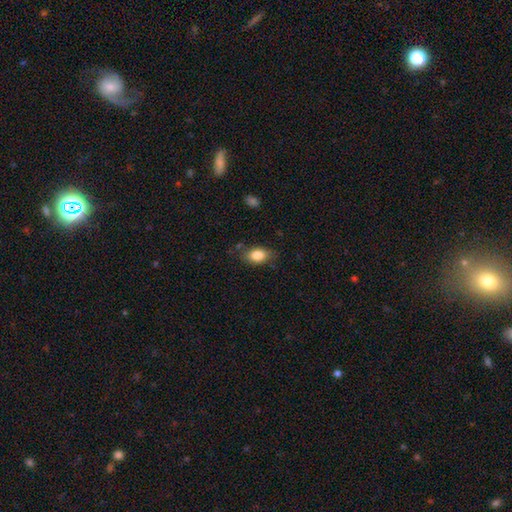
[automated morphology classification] Q: Smooth or featured?
A: smooth (84%); runner-up: star or artifact (8%)
Q: How rounded?
A: in between (84%); runner-up: round (14%)
Q: Merging?
A: none (76%); runner-up: minor disturbance (18%)